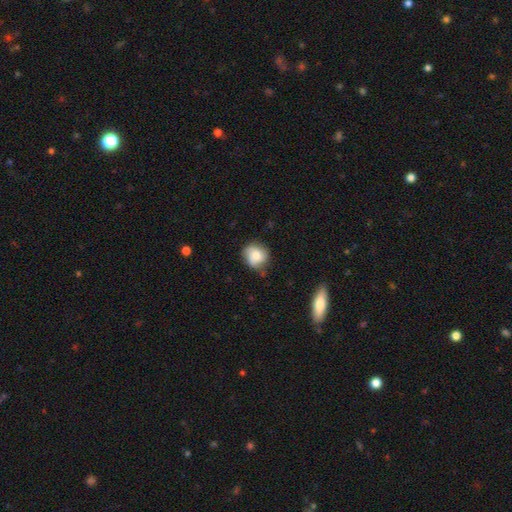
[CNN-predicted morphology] Smooth or featured? smooth (65%)
How rounded? round (76%)
Merging? none (63%)